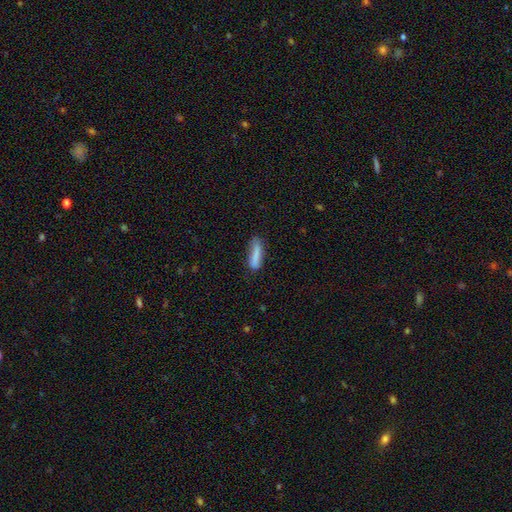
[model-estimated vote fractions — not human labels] Smooth or featured? smooth (79%)
How rounded? cigar-shaped (66%)
Merging? none (62%)